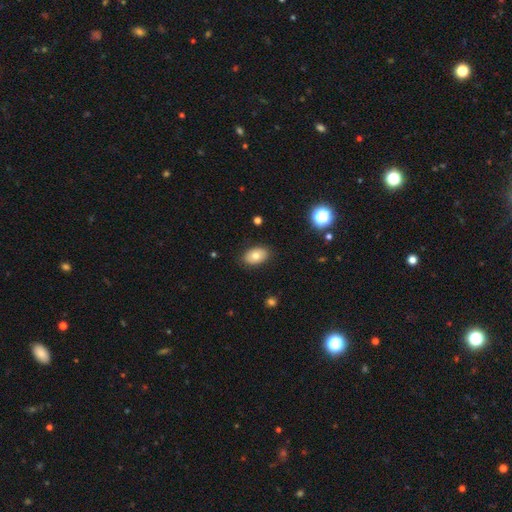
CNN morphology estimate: A smooth galaxy with no disk features (75%) that is in between round and cigar-shaped (88%).

Vote fractions:
- Smooth or featured? smooth: 75% / featured or disk: 16% / star or artifact: 9%
- How rounded? in between: 88% / round: 11% / cigar-shaped: 1%
- Merging? none: 86% / minor disturbance: 10% / major disturbance: 2% / merger: 1%